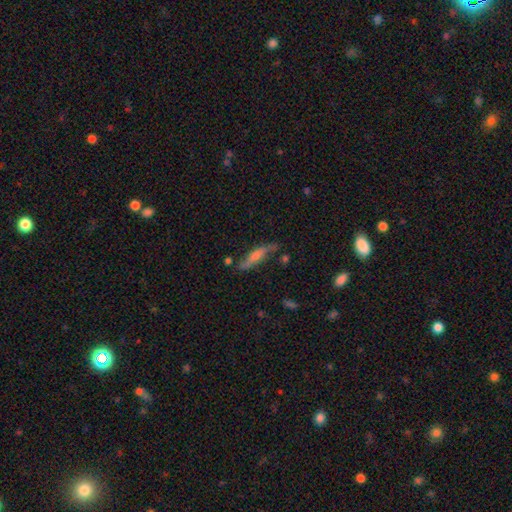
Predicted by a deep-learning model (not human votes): smooth_or_featured: featured or disk (p=0.55) [alt: smooth p=0.36]
disk_edge_on: yes (p=0.66) [alt: no p=0.34]
merging: none (p=0.66) [alt: minor disturbance p=0.22]